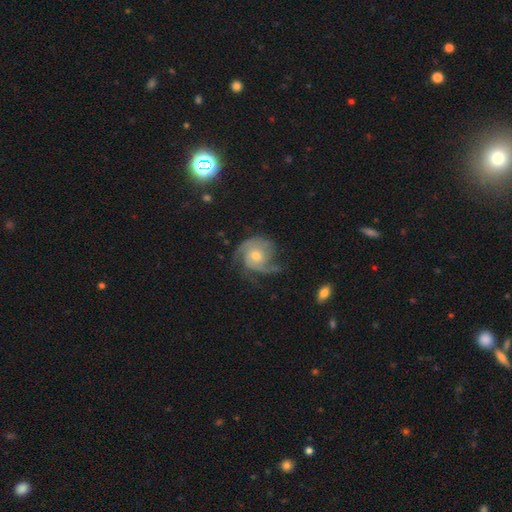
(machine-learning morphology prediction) A featured or disk galaxy (85%) with no bar (68%), 2 (59%) medium (45%) spiral arms (97%) and a moderate central bulge (59%).

Vote fractions:
- Smooth or featured? featured or disk: 85% / smooth: 10% / star or artifact: 5%
- Edge-on disk? no: 98% / yes: 2%
- Bar? no: 68% / weak: 27% / strong: 4%
- Spiral arms? yes: 97% / no: 3%
- Spiral winding? medium: 45% / tight: 39% / loose: 16%
- Spiral arm count? 2: 59% / 3: 19% / can't tell: 10% / 1: 6% / 4: 3% / more than 4: 3%
- Bulge size? moderate: 59% / small: 34% / large: 4% / none: 2% / dominant: 1%
- Merging? none: 62% / minor disturbance: 22% / major disturbance: 14% / merger: 2%